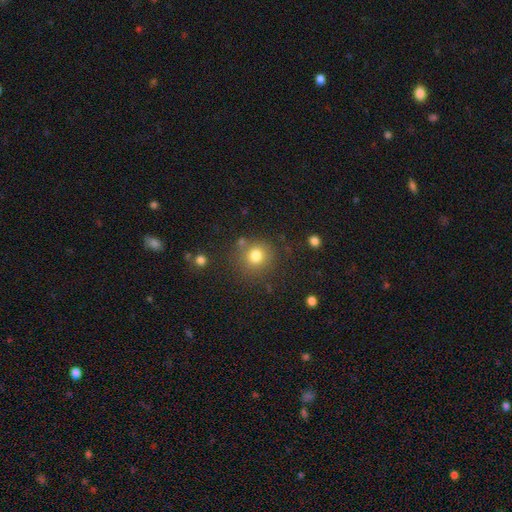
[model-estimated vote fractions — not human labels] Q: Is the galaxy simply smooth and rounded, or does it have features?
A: smooth — 79%.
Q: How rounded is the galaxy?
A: round — 90%.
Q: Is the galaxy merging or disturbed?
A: none — 79%.